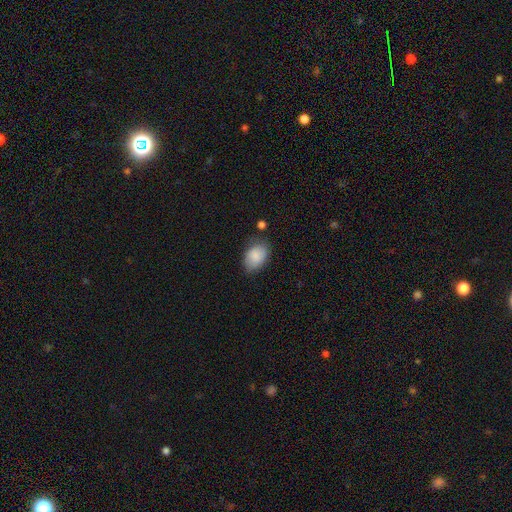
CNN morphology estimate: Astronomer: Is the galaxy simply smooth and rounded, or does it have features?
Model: smooth — 86%.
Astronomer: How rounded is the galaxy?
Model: in between — 83%.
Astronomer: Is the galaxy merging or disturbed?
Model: none — 71%.